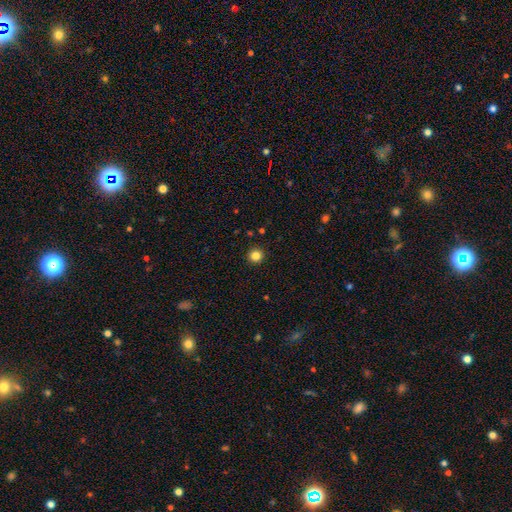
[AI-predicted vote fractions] This appears to be a smooth galaxy with no disk features (84%) that is round (95%). Merging: none (93%).